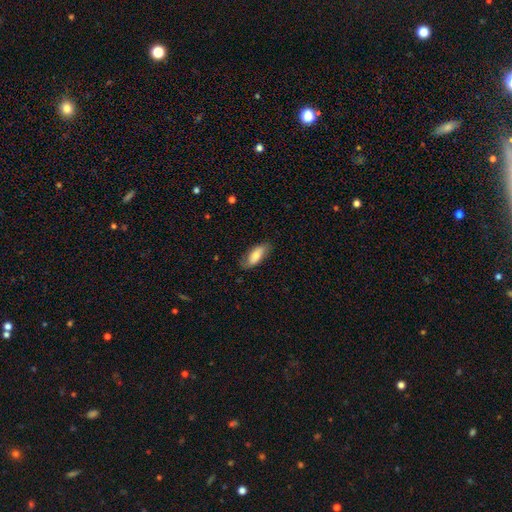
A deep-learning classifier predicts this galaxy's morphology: smooth_or_featured: smooth (p=0.68) [alt: featured or disk p=0.26]
how_rounded: in between (p=0.77) [alt: cigar-shaped p=0.20]
merging: none (p=0.74) [alt: minor disturbance p=0.20]